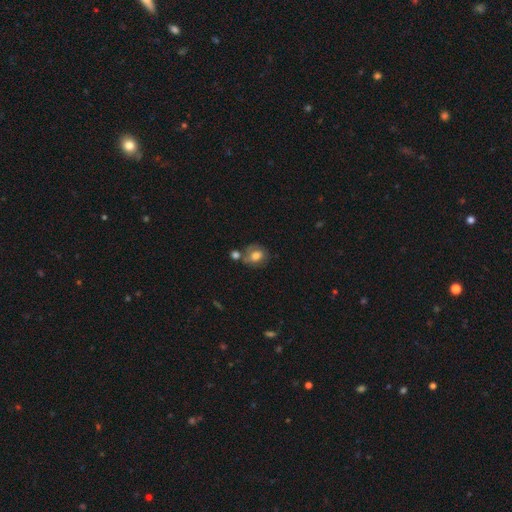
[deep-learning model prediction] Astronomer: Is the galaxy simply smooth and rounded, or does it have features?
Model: smooth — 64%.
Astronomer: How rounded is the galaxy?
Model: round — 51% (runner-up: in between, 48%).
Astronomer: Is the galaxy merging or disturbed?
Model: none — 51%.